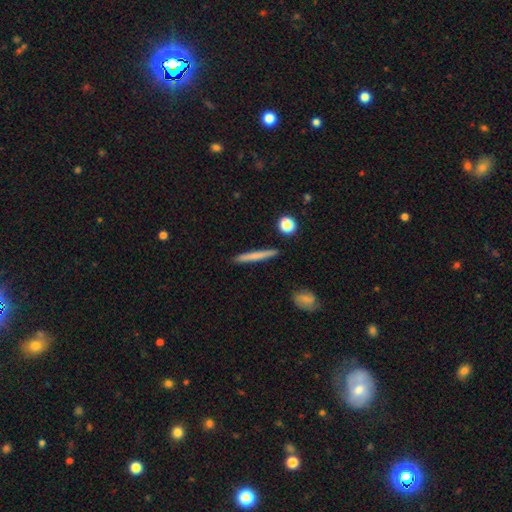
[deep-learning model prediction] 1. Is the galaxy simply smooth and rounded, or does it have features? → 65% smooth, 29% featured or disk, 6% star or artifact.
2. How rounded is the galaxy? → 95% cigar-shaped, 3% in between, 2% round.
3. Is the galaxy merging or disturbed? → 91% none, 6% minor disturbance, 2% merger, 2% major disturbance.